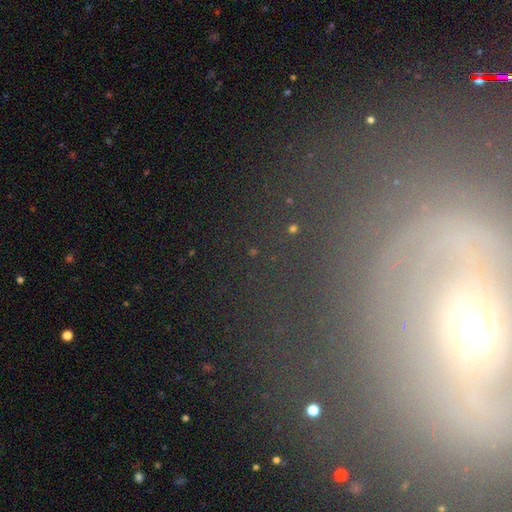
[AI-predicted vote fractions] A featured or disk galaxy (49%). Merging: none (70%).